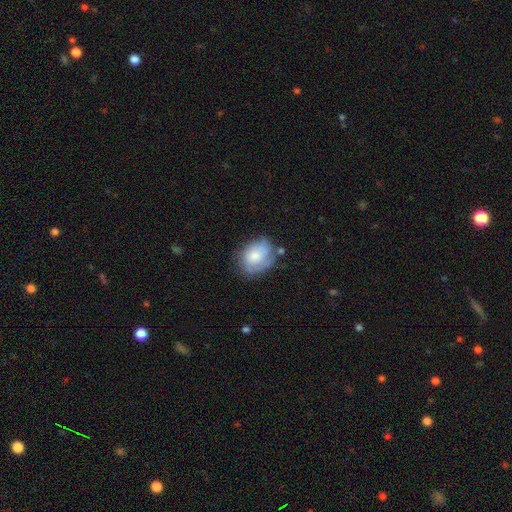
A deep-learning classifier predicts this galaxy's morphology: Smooth or featured: smooth — 67% (featured or disk — 26%)
How rounded: in between — 63% (round — 36%)
Merging: none — 53% (minor disturbance — 30%)